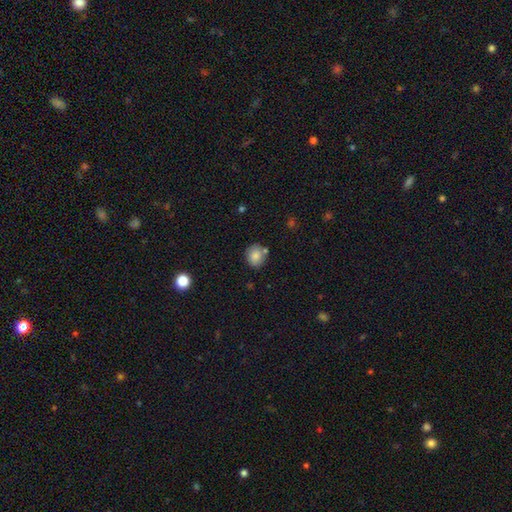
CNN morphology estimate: Smooth or featured? smooth (83%)
How rounded? round (71%)
Merging? none (74%)